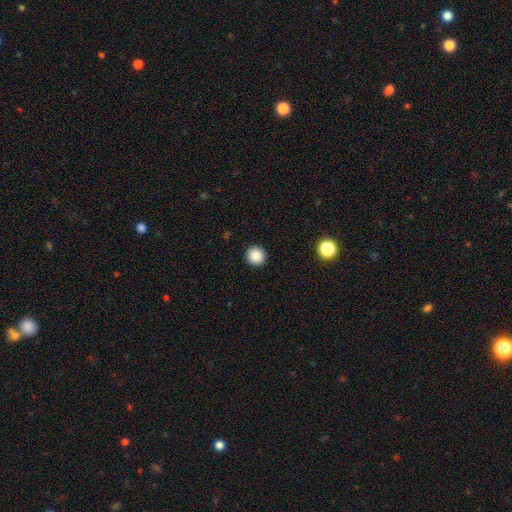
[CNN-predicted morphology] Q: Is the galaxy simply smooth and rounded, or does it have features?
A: smooth — 87%.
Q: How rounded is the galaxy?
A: round — 93%.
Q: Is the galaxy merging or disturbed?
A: none — 92%.